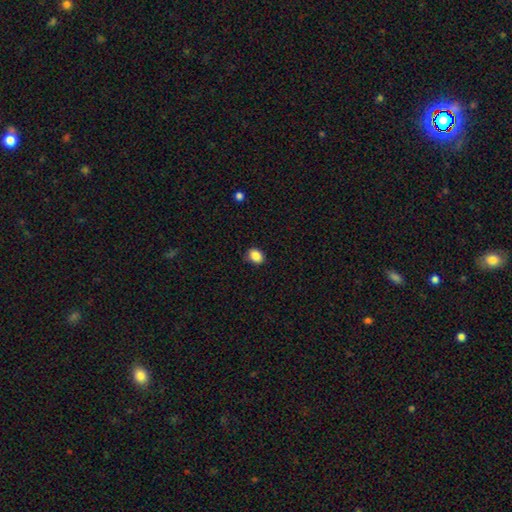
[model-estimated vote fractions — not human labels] smooth 86%, star or artifact 9%, featured or disk 4%. Down the decision tree: how rounded — in between (60%); merging — none (84%).